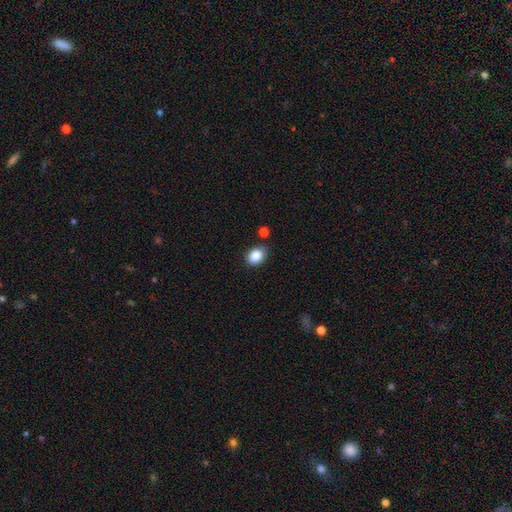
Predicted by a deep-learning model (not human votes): This appears to be a smooth galaxy with no disk features (87%) that is in between round and cigar-shaped (59%). Merging: none (76%).